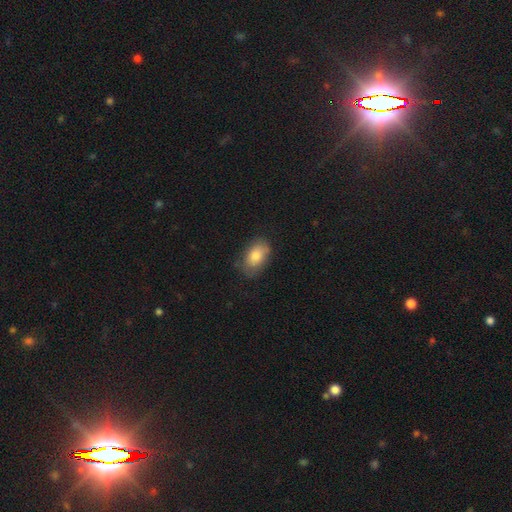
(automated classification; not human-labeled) This is clearly a smooth galaxy (81%). How rounded: clearly in between (90%). Merging: likely none (73%).